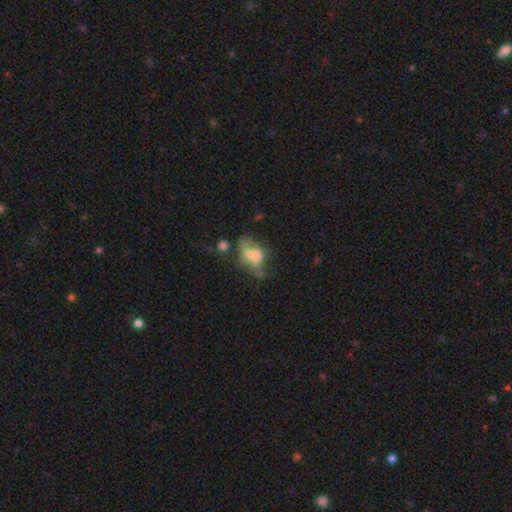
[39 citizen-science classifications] smooth 59%, featured or disk 31%, star or artifact 10%. Down the decision tree: how rounded — in between (78%); merging — merger (57%).